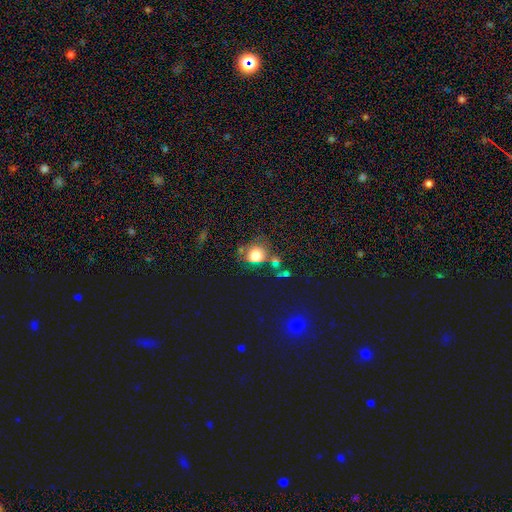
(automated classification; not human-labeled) Morphology: type=smooth (78%); roundness=round (79%); merging=none (58%).